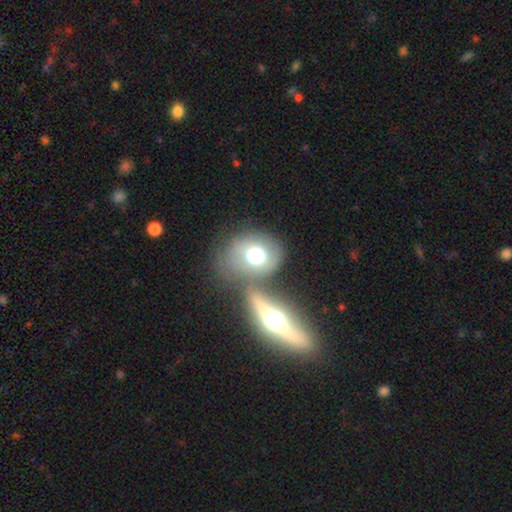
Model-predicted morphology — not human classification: smooth-or-featured: smooth: 58% | featured or disk: 34% | star or artifact: 9%
  how-rounded: round: 52% | in between: 47% | cigar-shaped: 2%
  merging: merger: 41% | none: 38% | minor disturbance: 12% | major disturbance: 9%